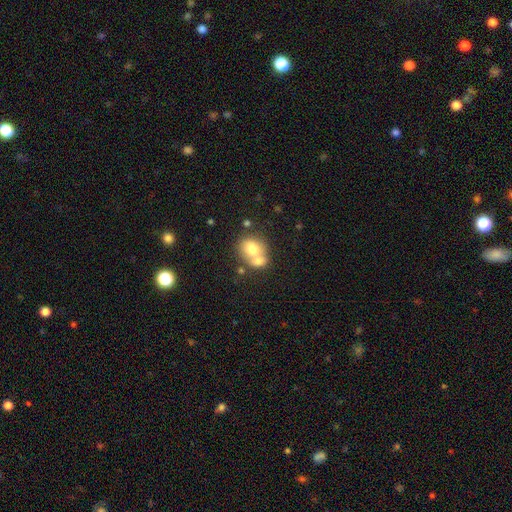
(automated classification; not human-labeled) This appears to be a smooth galaxy with no disk features (70%) that is round (67%). Merging: merger (57%).